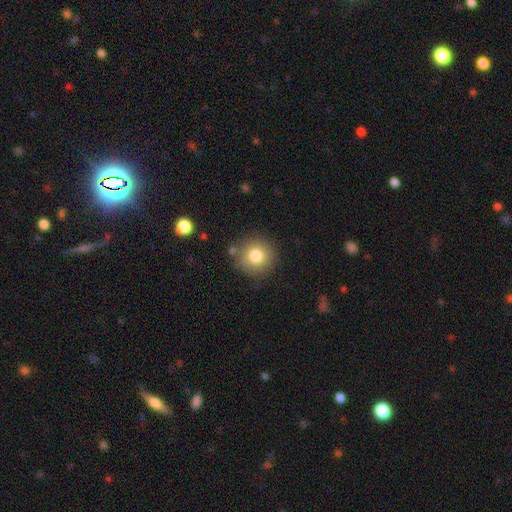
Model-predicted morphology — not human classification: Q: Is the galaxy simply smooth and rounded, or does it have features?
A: smooth — 80%.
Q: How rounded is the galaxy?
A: round — 94%.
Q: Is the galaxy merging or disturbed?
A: none — 83%.